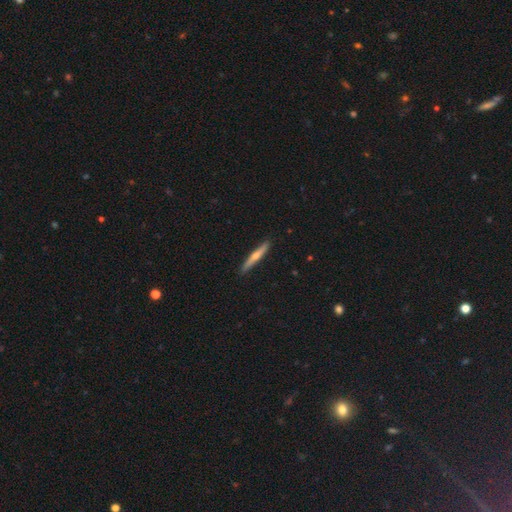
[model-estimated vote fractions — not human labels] The model was most divided on "smooth or featured": featured or disk: 56%, smooth: 38%, star or artifact: 6%. More confident: edge-on disk — yes (96%); merging — none (90%); edge-on bulge — rounded (80%).